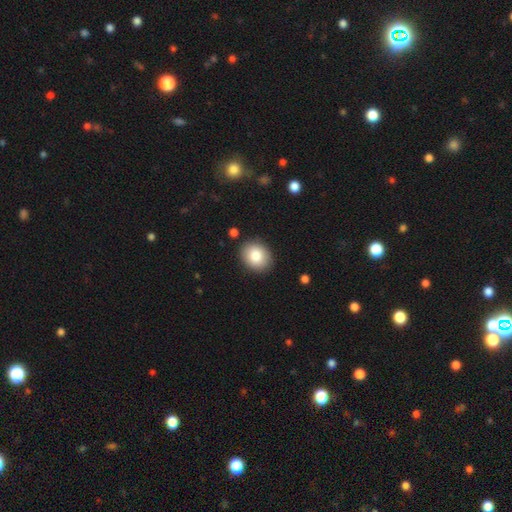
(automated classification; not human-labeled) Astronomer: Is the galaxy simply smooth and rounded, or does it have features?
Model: smooth — 84%.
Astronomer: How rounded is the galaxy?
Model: round — 55% (runner-up: in between, 44%).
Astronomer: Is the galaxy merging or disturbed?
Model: none — 88%.